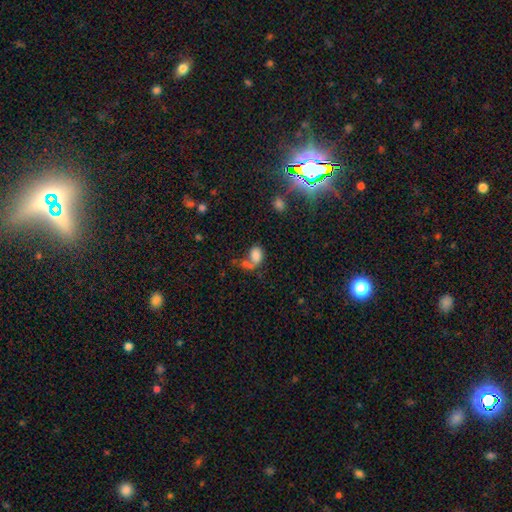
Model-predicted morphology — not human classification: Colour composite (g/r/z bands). It shows a smooth galaxy with no disk features (75%) that is in between round and cigar-shaped (80%). Merging: merger (39%).